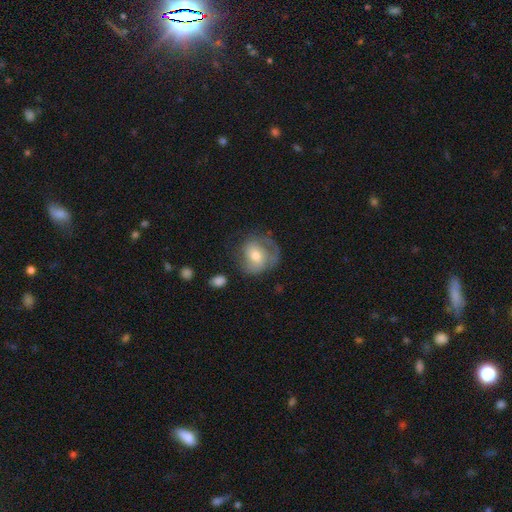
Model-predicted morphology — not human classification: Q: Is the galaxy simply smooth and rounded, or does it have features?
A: featured or disk — 51%.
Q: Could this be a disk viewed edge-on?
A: no — 96%.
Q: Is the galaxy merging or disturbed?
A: none — 50%.